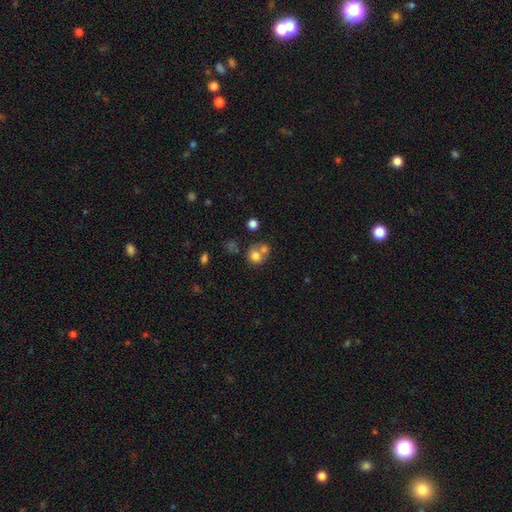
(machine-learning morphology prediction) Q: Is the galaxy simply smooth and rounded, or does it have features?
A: smooth — 72%.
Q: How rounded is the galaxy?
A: round — 73%.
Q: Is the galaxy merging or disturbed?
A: merger — 50%.